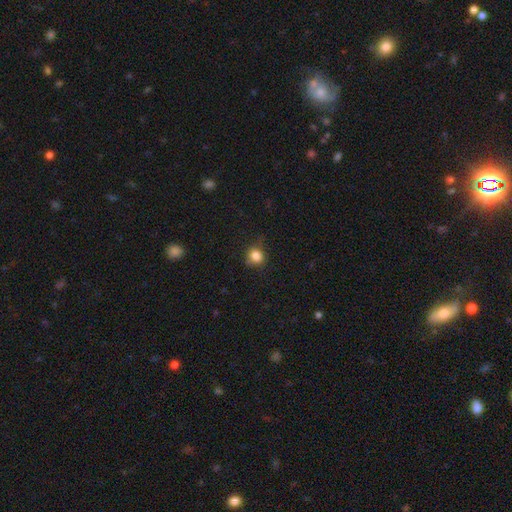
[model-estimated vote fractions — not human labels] smooth_or_featured: smooth (p=0.84) [alt: star or artifact p=0.11]
how_rounded: round (p=0.80) [alt: in between p=0.19]
merging: none (p=0.72) [alt: minor disturbance p=0.21]